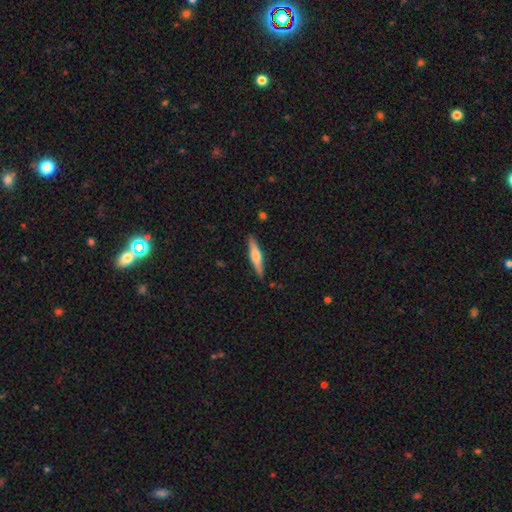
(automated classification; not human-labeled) This appears to be a featured or disk galaxy (48%). Merging: none (88%).